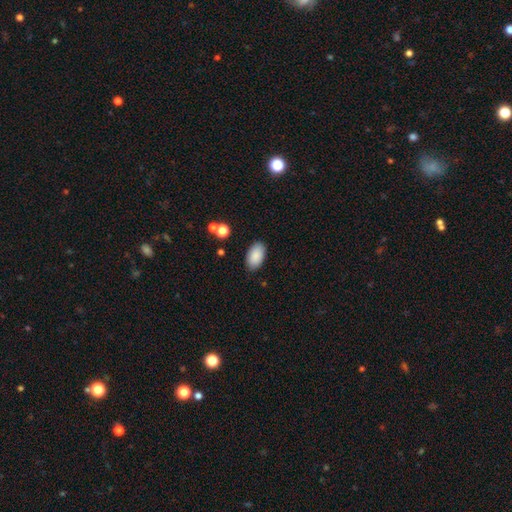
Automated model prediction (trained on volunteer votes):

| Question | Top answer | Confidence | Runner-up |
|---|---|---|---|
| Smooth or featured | smooth | 89% | star or artifact (7%) |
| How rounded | in between | 95% | round (4%) |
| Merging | none | 86% | minor disturbance (10%) |